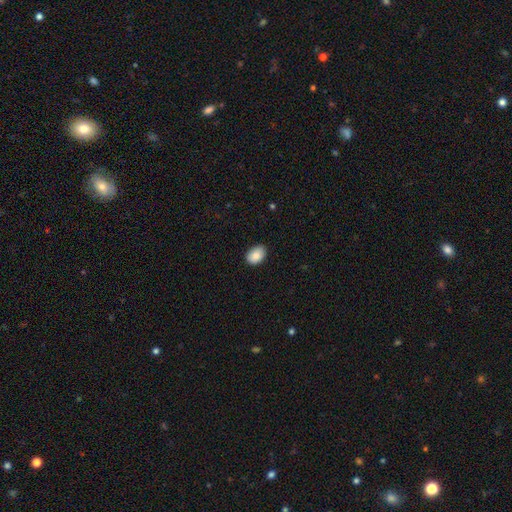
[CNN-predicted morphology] Q: Smooth or featured?
A: smooth (87%); runner-up: star or artifact (7%)
Q: How rounded?
A: in between (84%); runner-up: round (15%)
Q: Merging?
A: none (85%); runner-up: minor disturbance (12%)